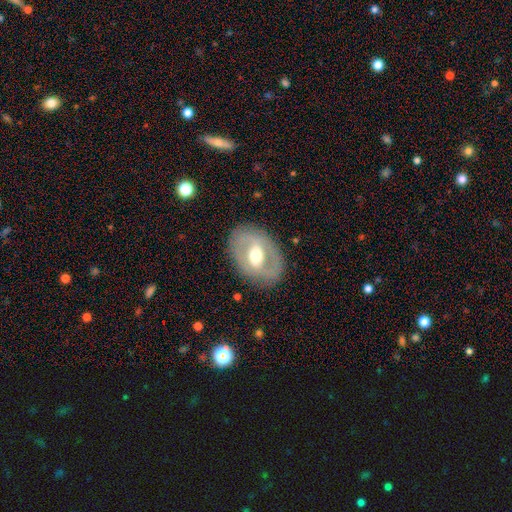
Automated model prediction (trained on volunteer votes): Q: Smooth or featured?
A: featured or disk (67%); runner-up: smooth (27%)
Q: Edge-on disk?
A: no (92%); runner-up: yes (8%)
Q: Bar?
A: weak (40%); runner-up: strong (33%)
Q: Spiral arms?
A: no (60%); runner-up: yes (40%)
Q: Bulge size?
A: moderate (69%); runner-up: large (15%)
Q: Merging?
A: none (80%); runner-up: minor disturbance (13%)